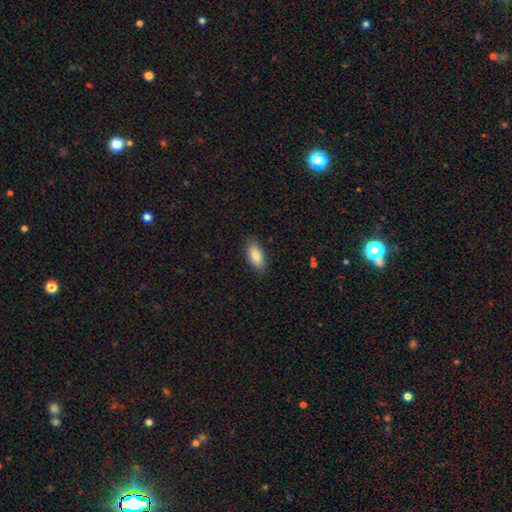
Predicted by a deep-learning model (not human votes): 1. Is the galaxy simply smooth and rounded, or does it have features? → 88% smooth, 6% star or artifact, 6% featured or disk.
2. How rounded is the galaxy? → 88% in between, 10% cigar-shaped, 2% round.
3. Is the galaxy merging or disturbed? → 87% none, 10% minor disturbance, 2% major disturbance, 1% merger.